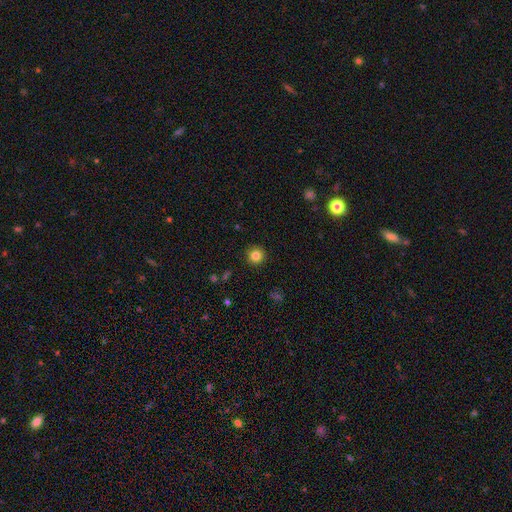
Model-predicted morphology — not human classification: Smooth or featured? Predicted: smooth (p=0.84). How rounded? Predicted: round (p=0.95). Merging? Predicted: none (p=0.92).